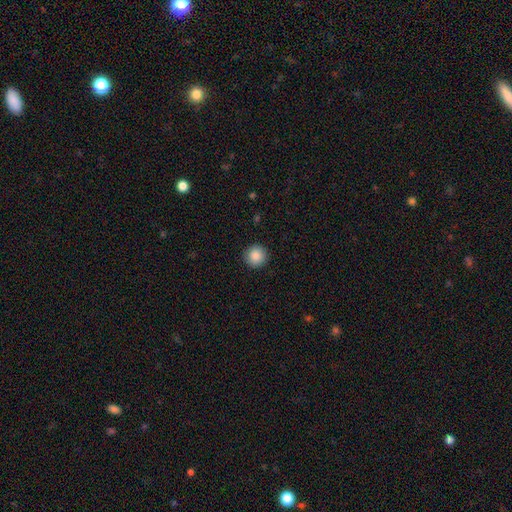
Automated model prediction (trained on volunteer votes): Smooth or featured? Predicted: smooth (p=0.88). How rounded? Predicted: round (p=0.95). Merging? Predicted: none (p=0.93).